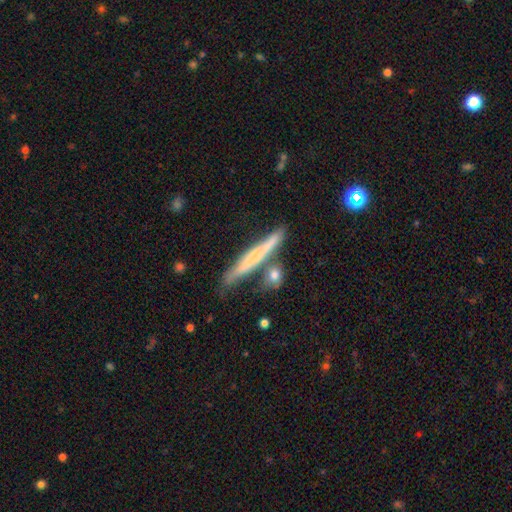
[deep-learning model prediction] Morphology: type=featured or disk (48%); merging=none (69%).